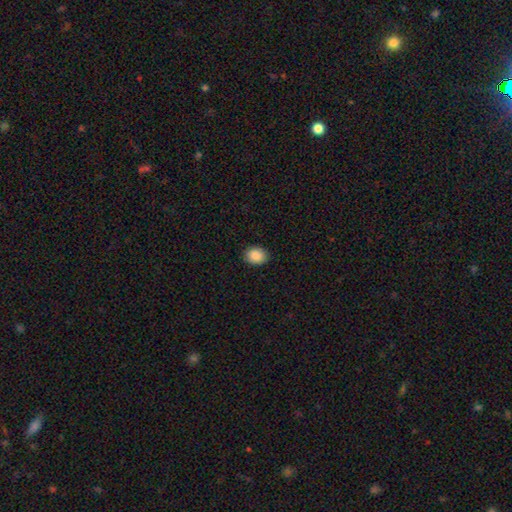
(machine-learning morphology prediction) A smooth galaxy with no disk features (88%) that is in between round and cigar-shaped (58%). Merging: none (90%).